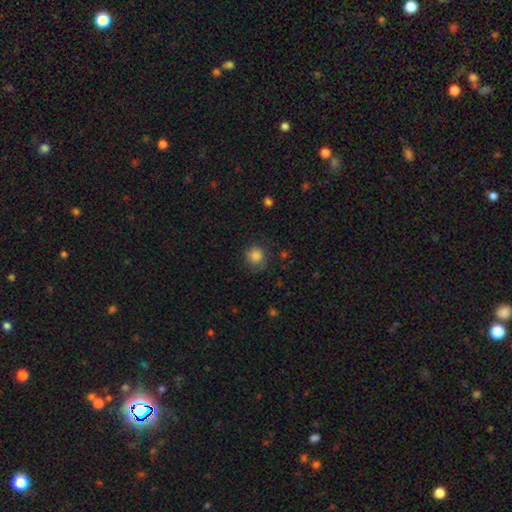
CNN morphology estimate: This appears to be a smooth galaxy with no disk features (85%) that is round (88%). Merging: none (74%).